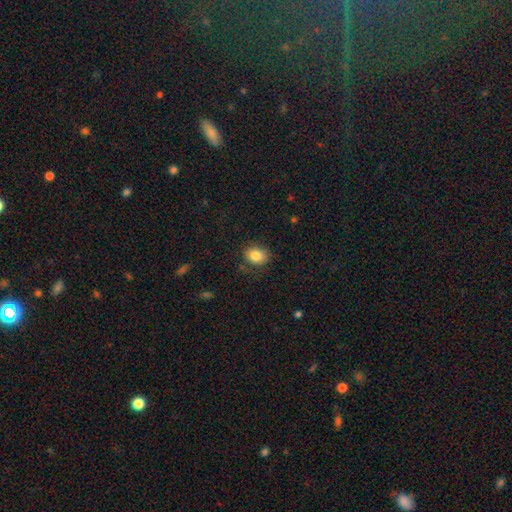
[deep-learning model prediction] Morphology: type=smooth (84%); roundness=in between (55%); merging=none (80%).